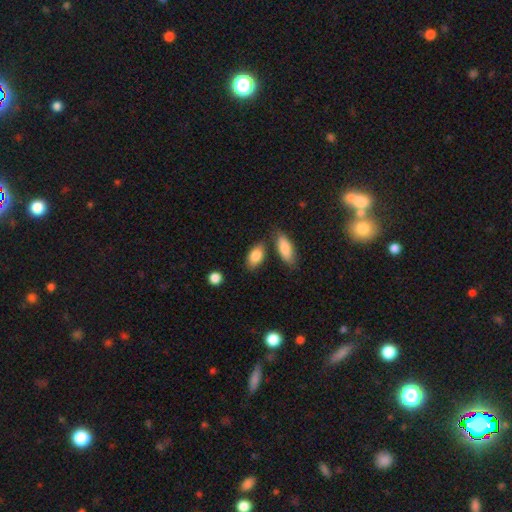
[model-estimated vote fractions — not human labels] Smooth or featured? smooth (85%)
How rounded? in between (89%)
Merging? none (69%)